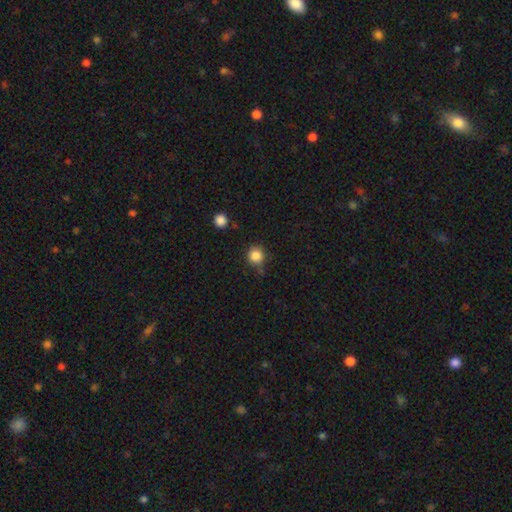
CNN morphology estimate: type=smooth (85%); roundness=round (91%); merging=none (79%).